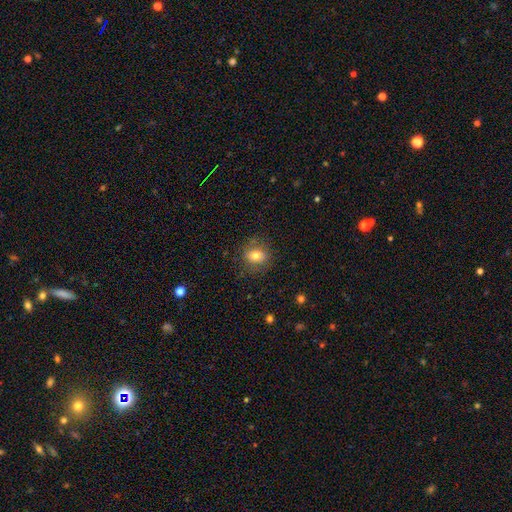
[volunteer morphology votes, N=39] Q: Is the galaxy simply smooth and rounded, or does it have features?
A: smooth — 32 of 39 (82%).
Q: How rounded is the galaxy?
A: round — 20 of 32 (62%).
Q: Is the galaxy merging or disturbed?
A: none — 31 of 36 (86%).